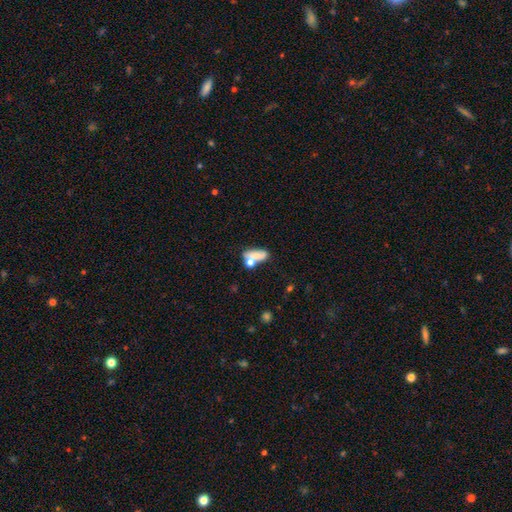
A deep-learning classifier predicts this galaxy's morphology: Q: Smooth or featured?
A: smooth (68%); runner-up: featured or disk (22%)
Q: How rounded?
A: in between (74%); runner-up: cigar-shaped (15%)
Q: Merging?
A: merger (39%); runner-up: none (33%)